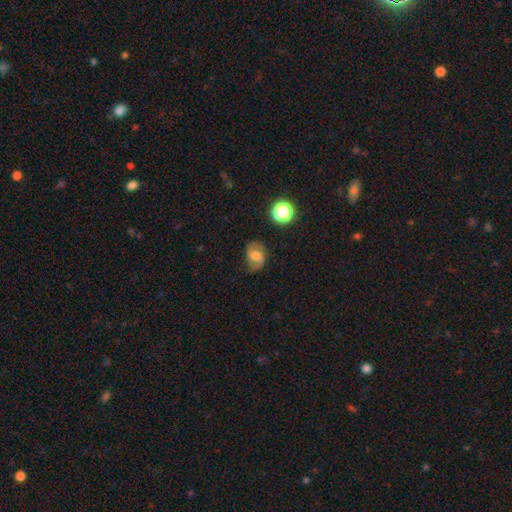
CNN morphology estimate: The model was most divided on "smooth or featured": smooth: 48%, featured or disk: 40%, star or artifact: 12%. More confident: merging — none (59%).